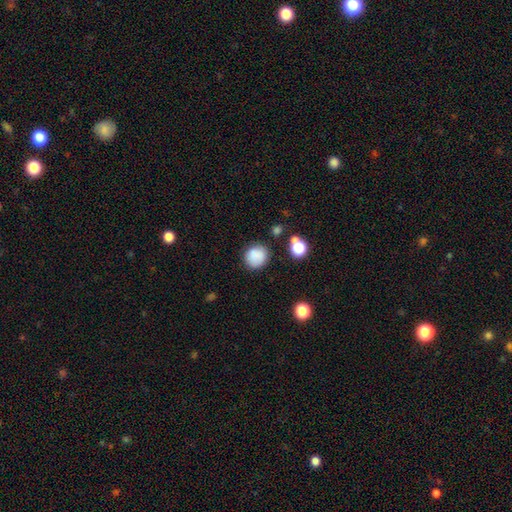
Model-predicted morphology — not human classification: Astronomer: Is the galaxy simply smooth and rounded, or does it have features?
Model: smooth — 84%.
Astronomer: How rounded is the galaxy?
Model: round — 83%.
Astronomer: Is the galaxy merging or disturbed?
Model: none — 79%.